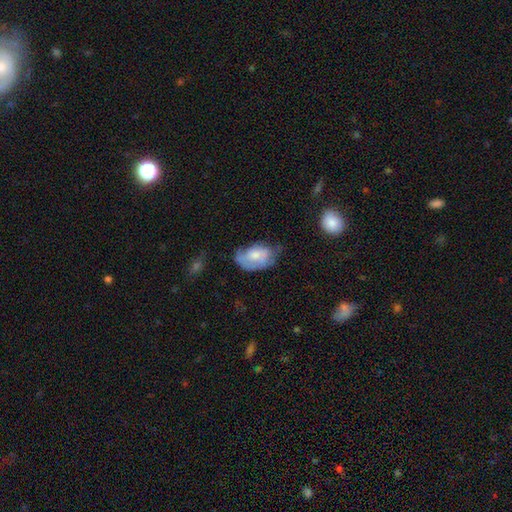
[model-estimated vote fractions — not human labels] This is possibly a smooth galaxy (56%). How rounded: clearly in between (87%). Merging: marginally minor disturbance (39%).